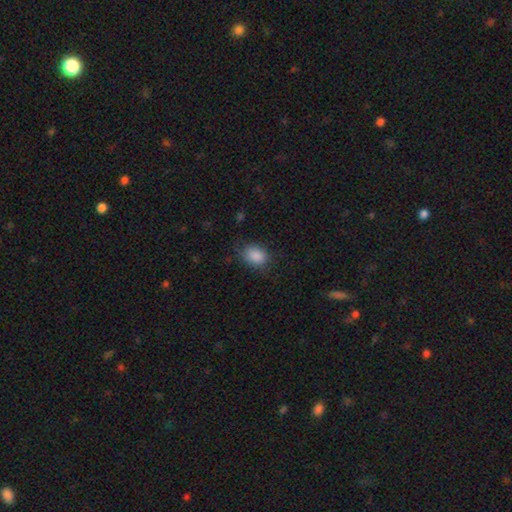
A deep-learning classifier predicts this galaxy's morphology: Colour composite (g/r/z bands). It shows a smooth galaxy with no disk features (87%) that is in between round and cigar-shaped (69%). Merging: none (70%).